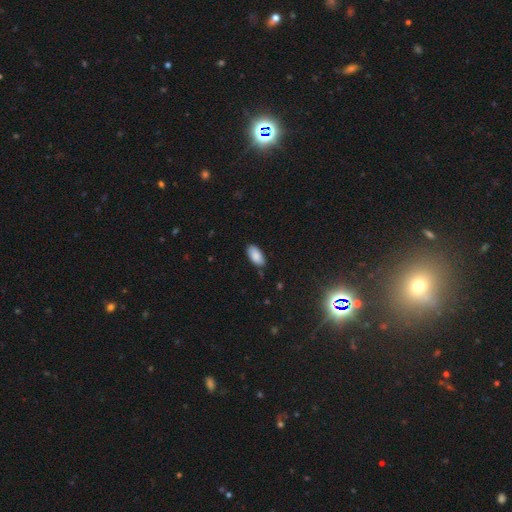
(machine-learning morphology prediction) A smooth galaxy with no disk features (87%) that is in between round and cigar-shaped (94%).

Vote fractions:
- Smooth or featured? smooth: 87% / star or artifact: 7% / featured or disk: 6%
- How rounded? in between: 94% / cigar-shaped: 4% / round: 2%
- Merging? none: 84% / minor disturbance: 13% / major disturbance: 2% / merger: 1%